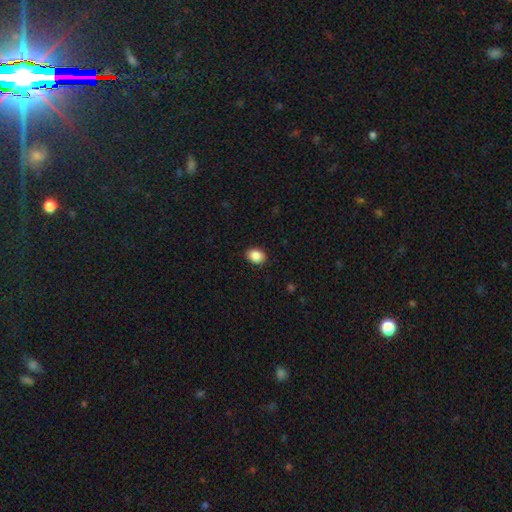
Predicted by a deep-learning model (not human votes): smooth 88%, star or artifact 8%, featured or disk 4%. Down the decision tree: how rounded — in between (58%); merging — none (89%).